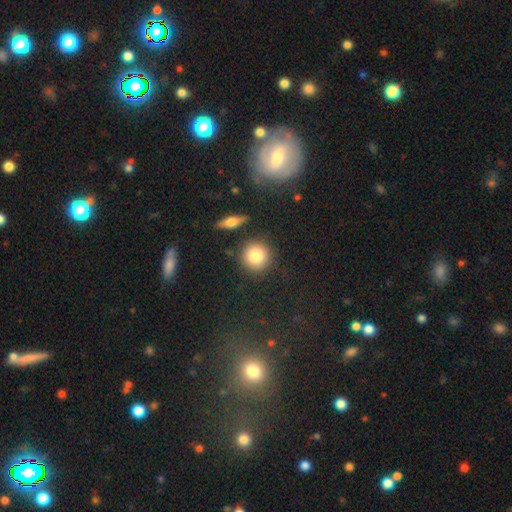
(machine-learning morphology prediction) smooth_or_featured: smooth (p=0.82) [alt: star or artifact p=0.09]
how_rounded: round (p=0.90) [alt: in between p=0.08]
merging: none (p=0.85) [alt: minor disturbance p=0.08]